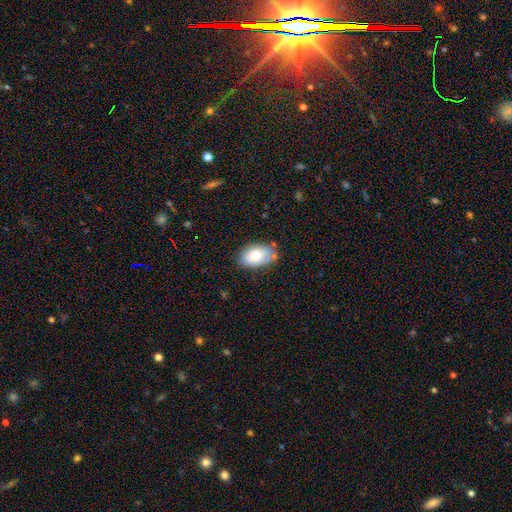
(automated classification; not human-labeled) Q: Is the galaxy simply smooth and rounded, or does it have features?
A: smooth — 73%.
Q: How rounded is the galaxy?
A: in between — 90%.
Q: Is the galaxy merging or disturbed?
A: none — 72%.